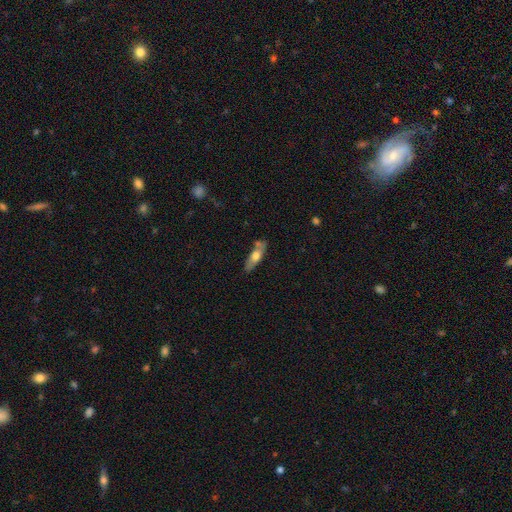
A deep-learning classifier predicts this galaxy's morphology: This appears to be a smooth galaxy with no disk features (55%) that is cigar-shaped (49%). Merging: none (68%).